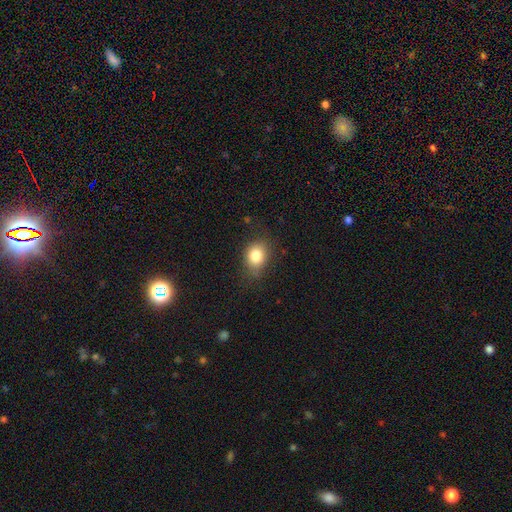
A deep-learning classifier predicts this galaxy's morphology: The model was most divided on "how rounded": in between: 51%, round: 48%, cigar-shaped: 1%. More confident: smooth or featured — smooth (82%); merging — none (74%).